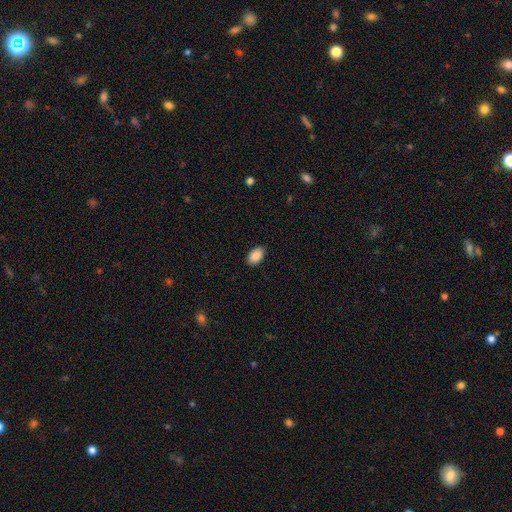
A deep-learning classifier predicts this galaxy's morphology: smooth_or_featured: smooth (p=0.90) [alt: star or artifact p=0.07]
how_rounded: in between (p=0.93) [alt: round p=0.06]
merging: none (p=0.89) [alt: minor disturbance p=0.08]